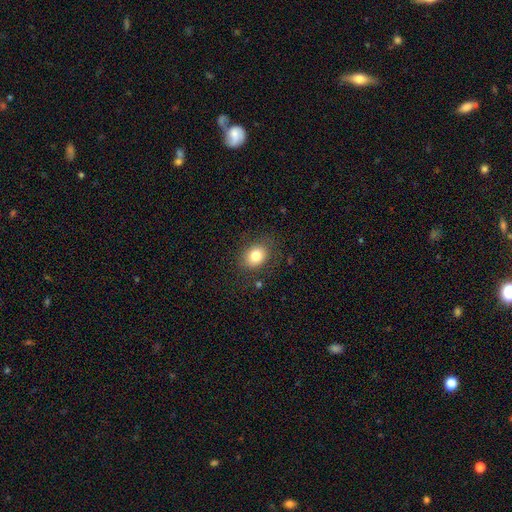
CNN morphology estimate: The model was most divided on "how rounded": in between: 55%, round: 44%, cigar-shaped: 1%. More confident: merging — none (81%); smooth or featured — smooth (80%).